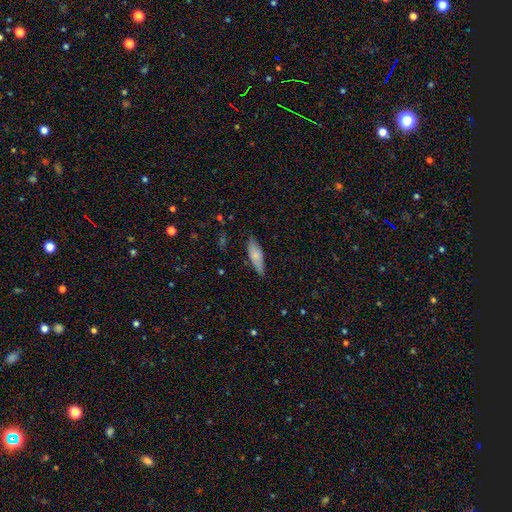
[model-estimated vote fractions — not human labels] Overall: smooth (73%). How rounded: in between (59%; cigar-shaped 38%). Merging: none (75%).